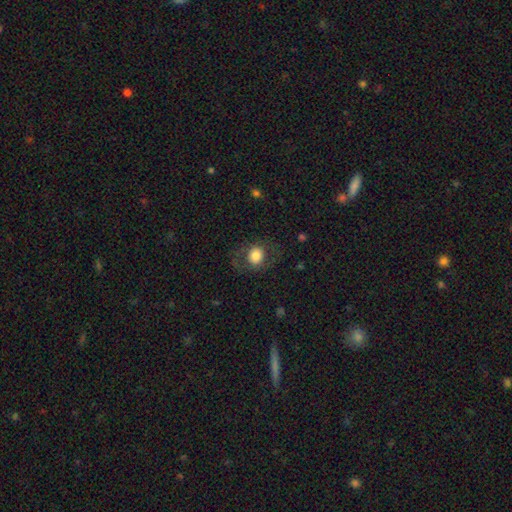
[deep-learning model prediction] This is likely a smooth galaxy (74%). How rounded: likely round (69%). Merging: likely none (74%).